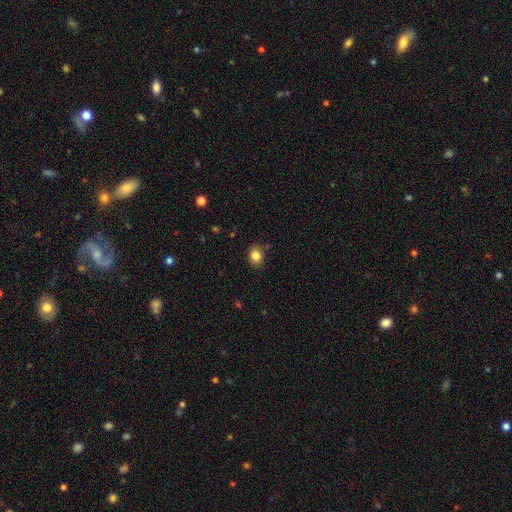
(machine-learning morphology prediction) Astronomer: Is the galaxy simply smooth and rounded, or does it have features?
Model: smooth — 84%.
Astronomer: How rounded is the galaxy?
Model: in between — 50% (runner-up: round, 49%).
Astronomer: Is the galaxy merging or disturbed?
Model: none — 84%.